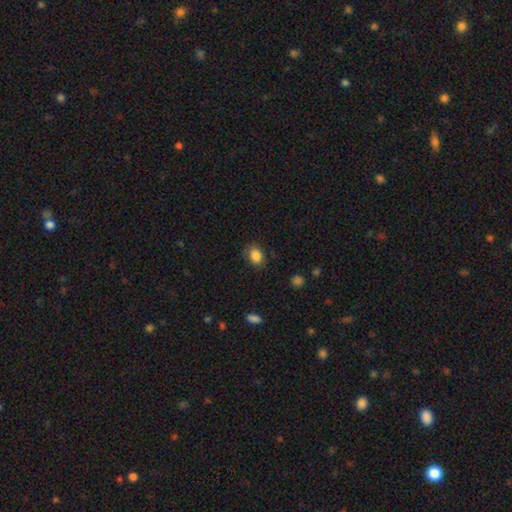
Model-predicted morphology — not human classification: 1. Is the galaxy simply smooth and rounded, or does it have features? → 86% smooth, 9% star or artifact, 5% featured or disk.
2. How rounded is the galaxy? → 62% in between, 36% round, 1% cigar-shaped.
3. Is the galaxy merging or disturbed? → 78% none, 16% minor disturbance, 4% major disturbance, 1% merger.